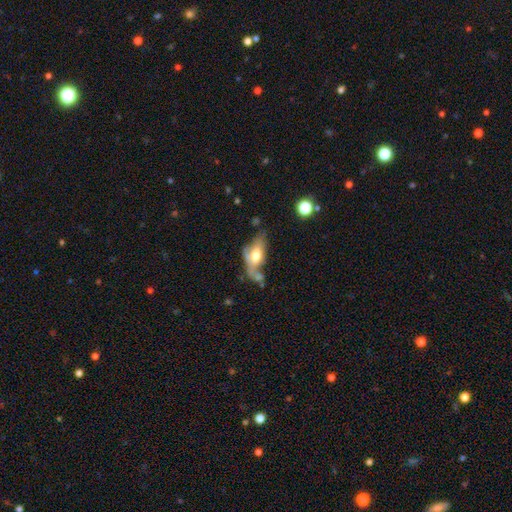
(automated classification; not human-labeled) Overall: smooth (50%; featured or disk 43%). Merging: major disturbance (28%; merger 25%).